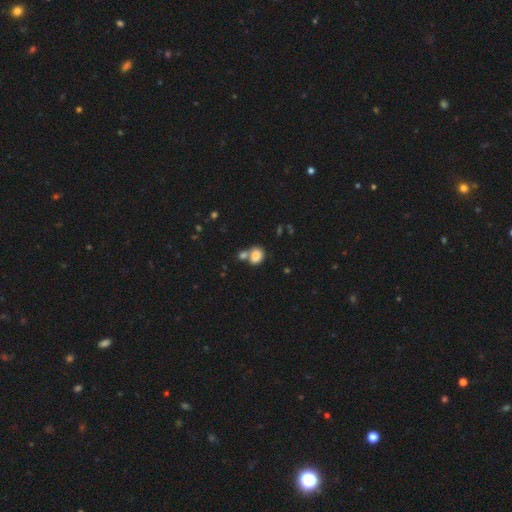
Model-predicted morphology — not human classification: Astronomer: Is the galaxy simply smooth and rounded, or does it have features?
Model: smooth — 84%.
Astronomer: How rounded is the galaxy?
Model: in between — 58% (runner-up: round, 41%).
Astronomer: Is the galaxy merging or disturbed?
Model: merger — 43% (runner-up: none, 40%).